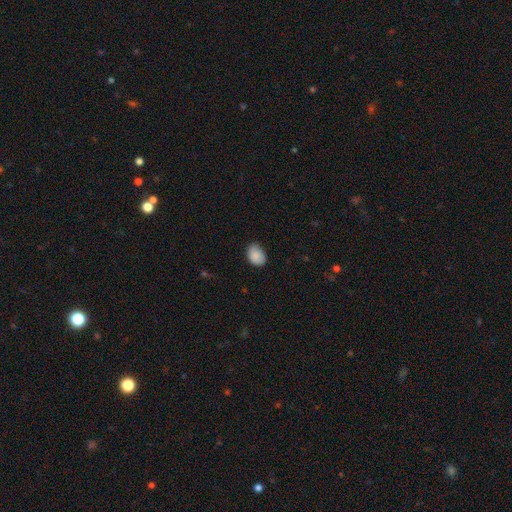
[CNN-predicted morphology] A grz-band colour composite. It shows a smooth galaxy with no disk features (87%) that is in between round and cigar-shaped (72%). Merging: none (68%).